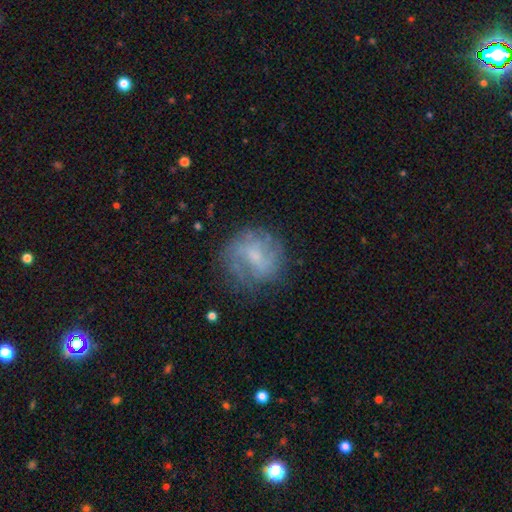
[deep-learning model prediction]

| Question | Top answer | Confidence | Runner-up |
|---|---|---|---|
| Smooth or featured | featured or disk | 60% | smooth (31%) |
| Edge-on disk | no | 97% | yes (3%) |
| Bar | no | 46% | weak (45%) |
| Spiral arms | yes | 75% | no (25%) |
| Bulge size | small | 47% | moderate (31%) |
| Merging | none | 69% | minor disturbance (19%) |